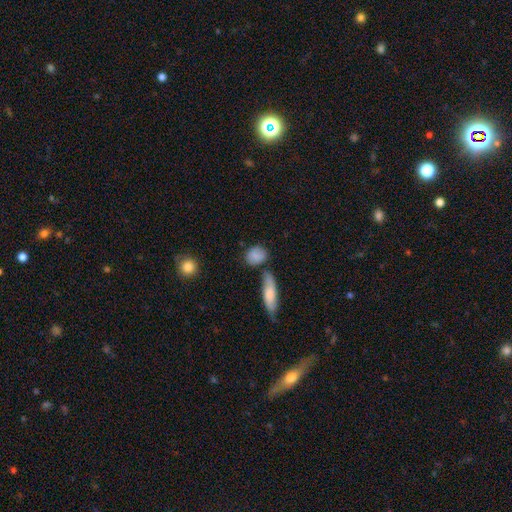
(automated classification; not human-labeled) Smooth or featured?
  - smooth: 84% *
  - featured or disk: 8%
  - star or artifact: 8%
How rounded?
  - in between: 49% *
  - round: 46%
  - cigar-shaped: 5%
Merging?
  - none: 65% *
  - minor disturbance: 16%
  - merger: 14%
  - major disturbance: 5%